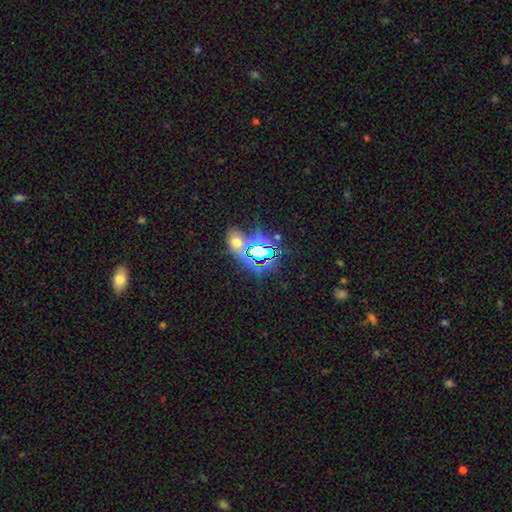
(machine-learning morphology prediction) This is likely a star or artifact rather than a galaxy (66%).